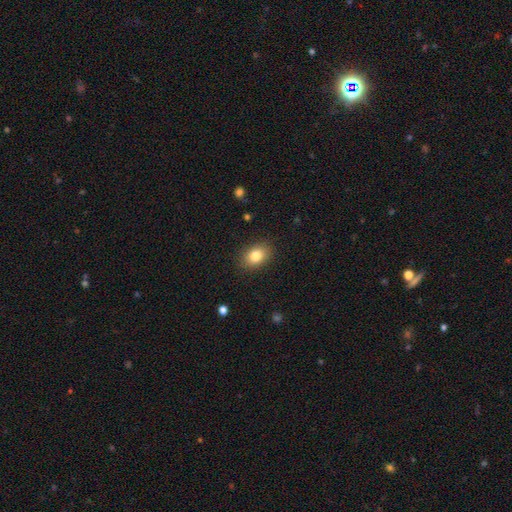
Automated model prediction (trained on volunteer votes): smooth 83%, star or artifact 9%, featured or disk 9%. Down the decision tree: how rounded — in between (79%); merging — none (88%).